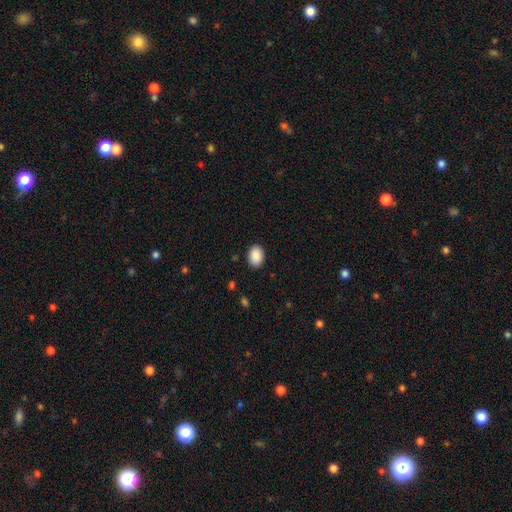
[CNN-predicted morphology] Smooth or featured?
  - smooth: 90% *
  - star or artifact: 7%
  - featured or disk: 3%
How rounded?
  - in between: 76% *
  - round: 24%
  - cigar-shaped: 1%
Merging?
  - none: 90% *
  - minor disturbance: 7%
  - major disturbance: 2%
  - merger: 1%